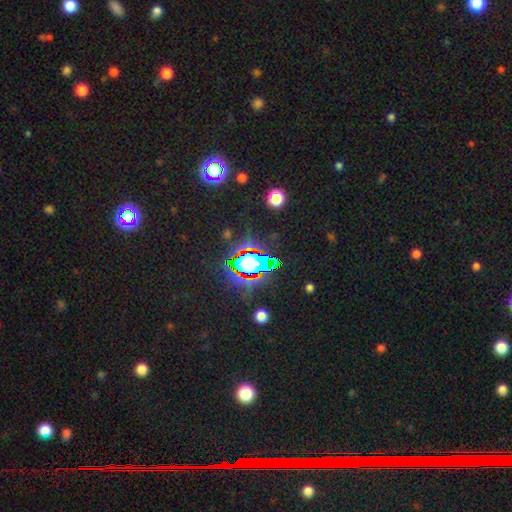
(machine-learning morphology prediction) Q: Smooth or featured?
A: star or artifact (79%); runner-up: smooth (12%)